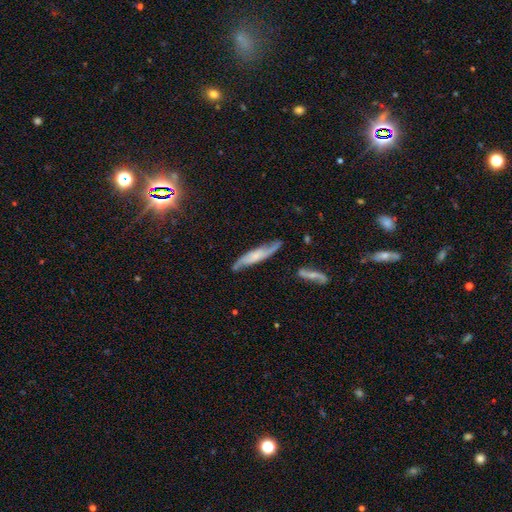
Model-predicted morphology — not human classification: Overall: featured or disk (67%; smooth 27%). Edge-on disk: no (60%; yes 40%). Merging: none (72%).